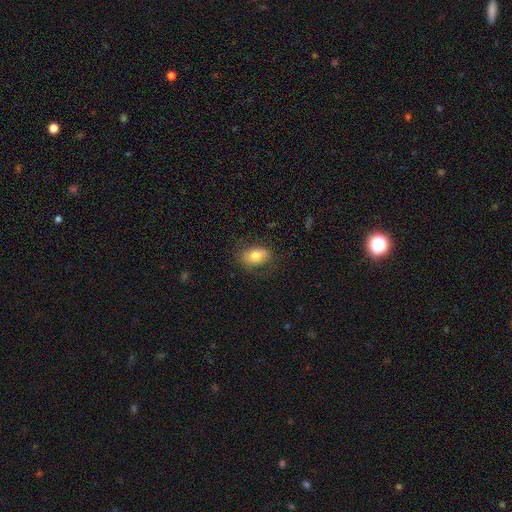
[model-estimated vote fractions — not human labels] Q: Smooth or featured?
A: smooth (76%); runner-up: featured or disk (16%)
Q: How rounded?
A: in between (80%); runner-up: round (19%)
Q: Merging?
A: none (78%); runner-up: minor disturbance (15%)